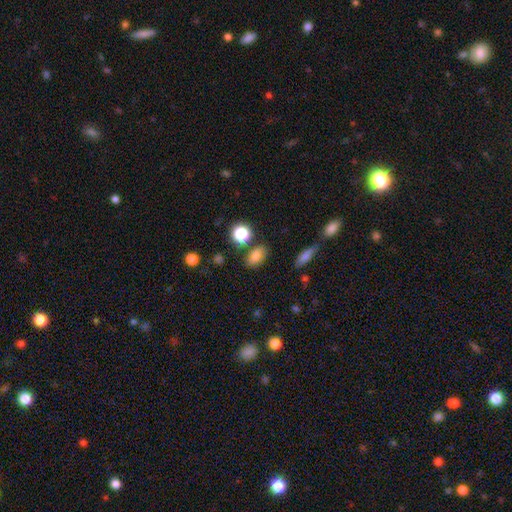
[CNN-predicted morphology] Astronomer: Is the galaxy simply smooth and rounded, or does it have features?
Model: smooth — 79%.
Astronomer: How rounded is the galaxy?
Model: in between — 83%.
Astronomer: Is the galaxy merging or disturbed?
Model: none — 79%.